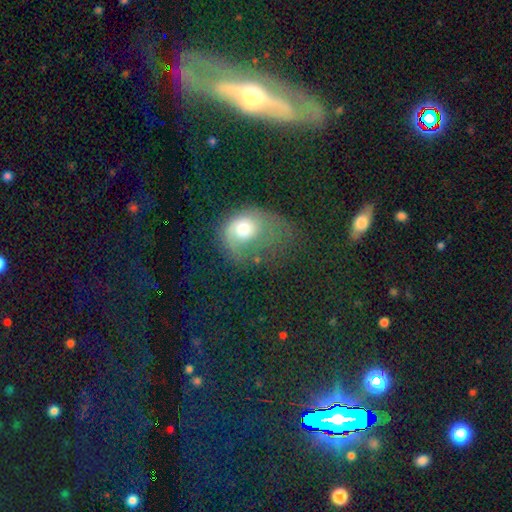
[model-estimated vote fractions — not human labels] Overall: smooth (45%; featured or disk 28%). Merging: none (60%).